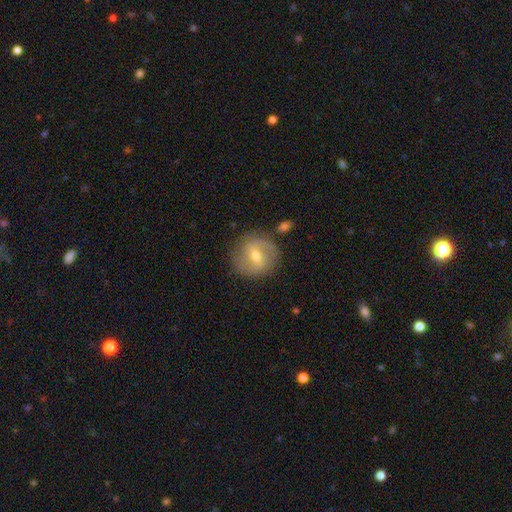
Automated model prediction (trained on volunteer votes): This appears to be a featured or disk galaxy (58%) with a weak bar (52%), spiral arms (71%) and a moderate central bulge (60%). Merging: none (80%).